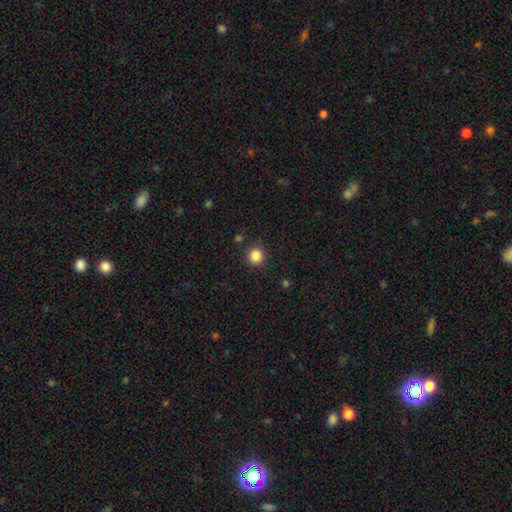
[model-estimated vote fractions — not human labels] Smooth or featured: smooth — 86% (star or artifact — 11%)
How rounded: round — 90% (in between — 9%)
Merging: none — 88% (minor disturbance — 8%)